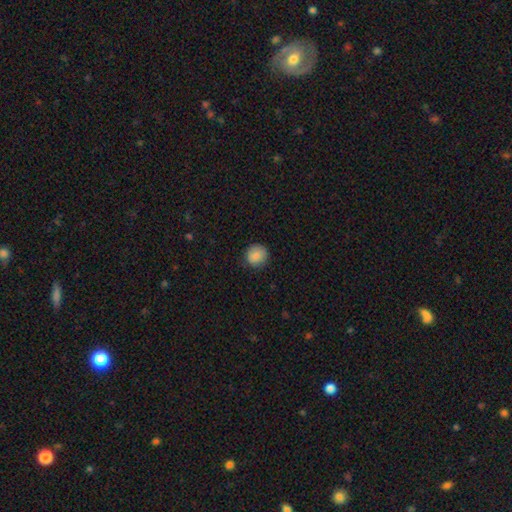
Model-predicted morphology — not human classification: Smooth or featured? Predicted: smooth (p=0.85). How rounded? Predicted: round (p=0.91). Merging? Predicted: none (p=0.86).